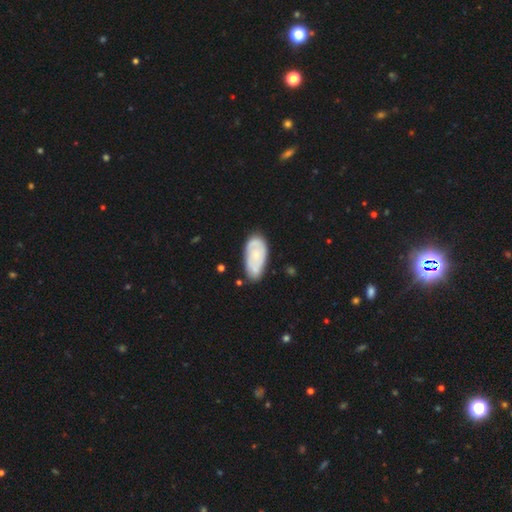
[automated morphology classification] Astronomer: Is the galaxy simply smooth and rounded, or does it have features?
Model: smooth — 51% (runner-up: featured or disk, 43%).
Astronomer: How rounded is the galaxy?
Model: in between — 90%.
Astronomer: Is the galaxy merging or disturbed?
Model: none — 64%.